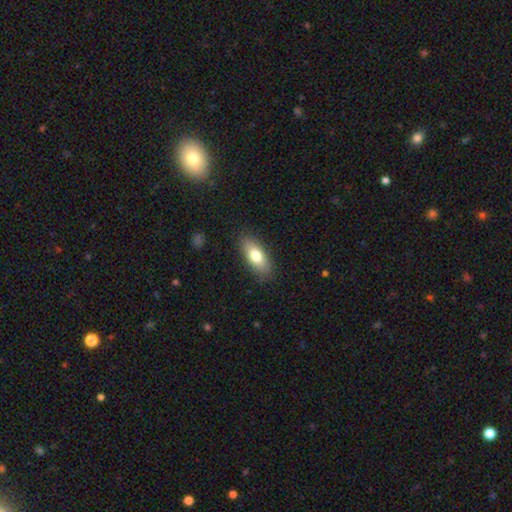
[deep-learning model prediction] The model was most divided on "smooth or featured": smooth: 74%, featured or disk: 19%, star or artifact: 7%. More confident: merging — none (86%); how rounded — in between (80%).